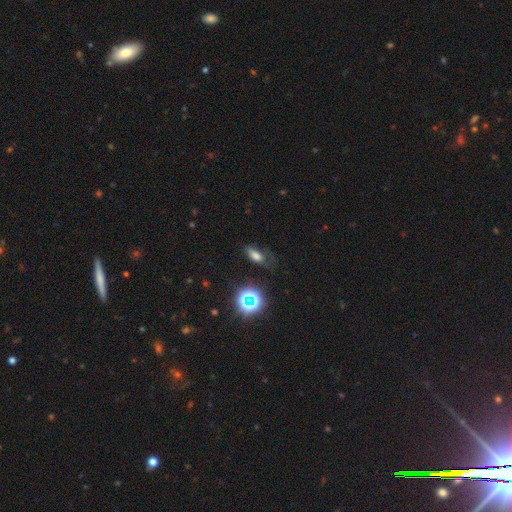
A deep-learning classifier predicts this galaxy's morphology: This is likely a smooth galaxy (66%). How rounded: likely in between (80%). Merging: possibly none (55%).